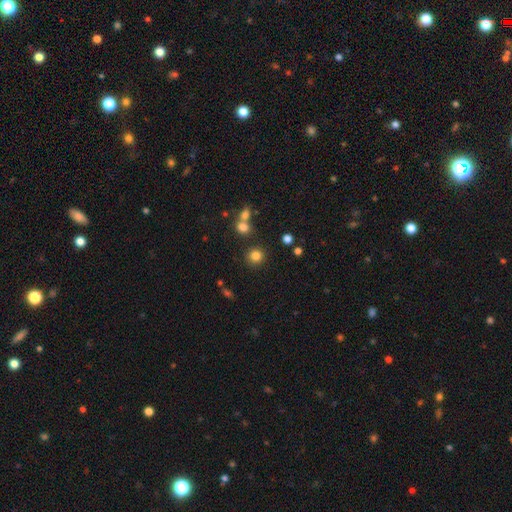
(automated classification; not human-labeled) Q: Smooth or featured?
A: smooth (81%); runner-up: star or artifact (13%)
Q: How rounded?
A: round (89%); runner-up: in between (10%)
Q: Merging?
A: none (81%); runner-up: minor disturbance (8%)